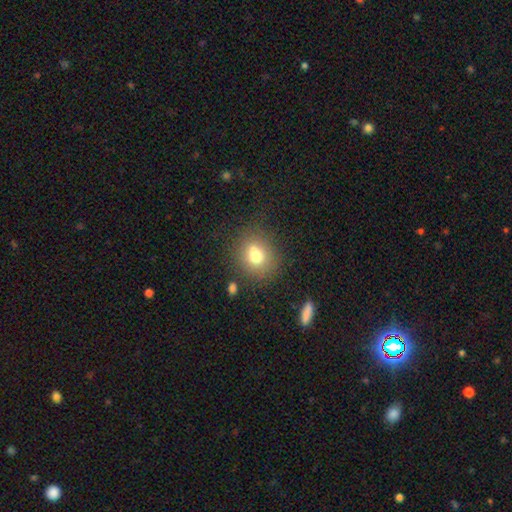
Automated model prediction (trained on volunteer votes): This appears to be a smooth galaxy with no disk features (71%) that is round (79%). Merging: none (64%).